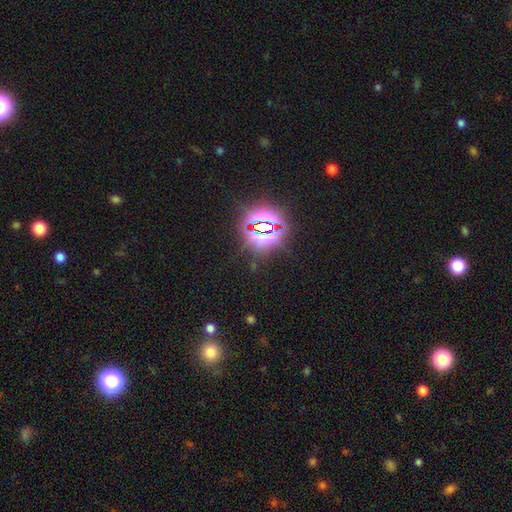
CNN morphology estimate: smooth_or_featured: star or artifact (p=0.78) [alt: smooth p=0.14]